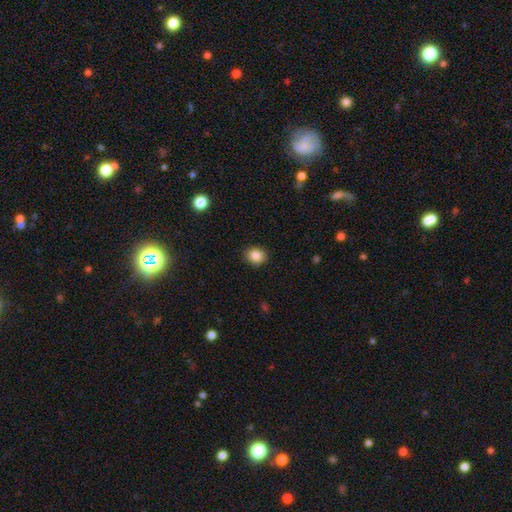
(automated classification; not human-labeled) A smooth galaxy with no disk features (85%) that is round (74%). Merging: none (89%).